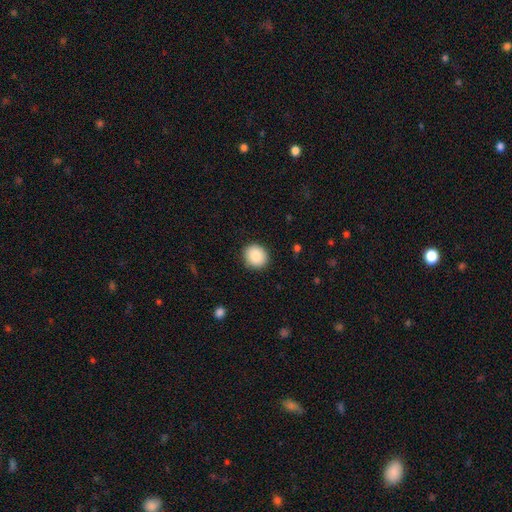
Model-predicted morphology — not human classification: A smooth galaxy with no disk features (86%) that is round (80%). Merging: none (90%).